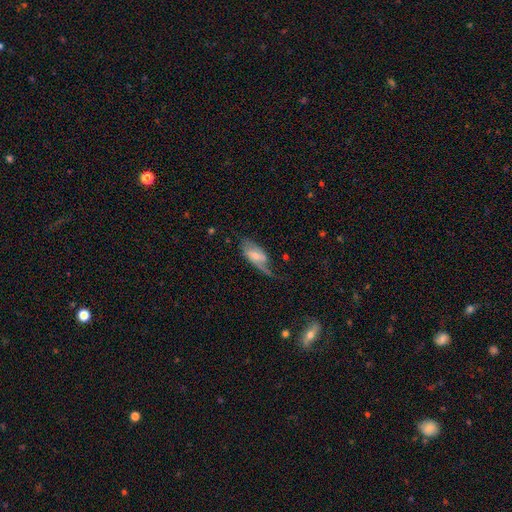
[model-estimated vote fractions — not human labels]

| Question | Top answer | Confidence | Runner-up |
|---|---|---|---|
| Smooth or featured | featured or disk | 64% | smooth (30%) |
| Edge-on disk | no | 89% | yes (11%) |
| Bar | weak | 45% | no (35%) |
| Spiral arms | yes | 83% | no (17%) |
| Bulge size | moderate | 47% | small (42%) |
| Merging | none | 42% | minor disturbance (28%) |